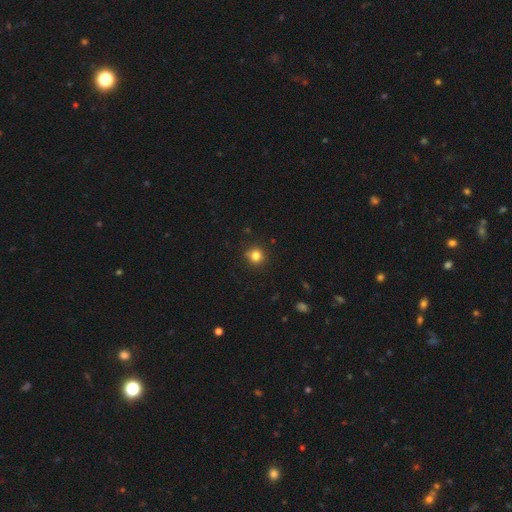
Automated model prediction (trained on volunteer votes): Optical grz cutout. It shows a smooth galaxy with no disk features (82%) that is round (92%). Merging: none (88%).